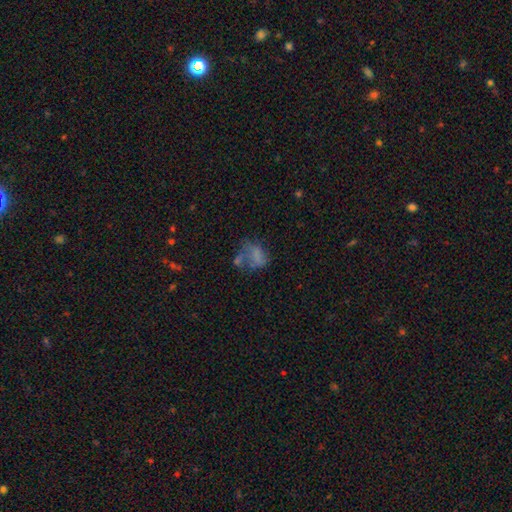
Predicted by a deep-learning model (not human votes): This is possibly a smooth galaxy (53%). How rounded: likely in between (72%). Merging: marginally major disturbance (34%).